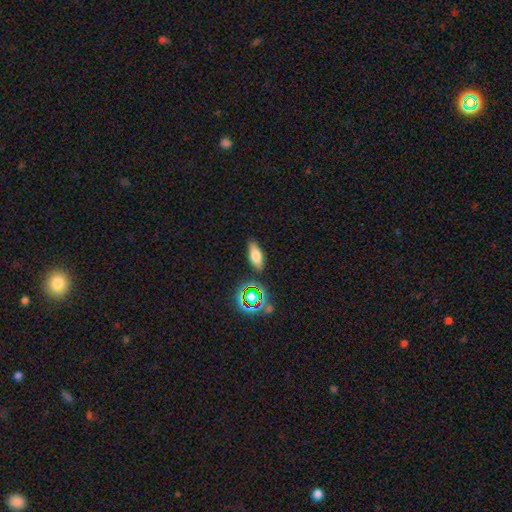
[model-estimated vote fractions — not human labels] Smooth or featured? Predicted: smooth (p=0.66). How rounded? Predicted: in between (p=0.69). Merging? Predicted: none (p=0.84).